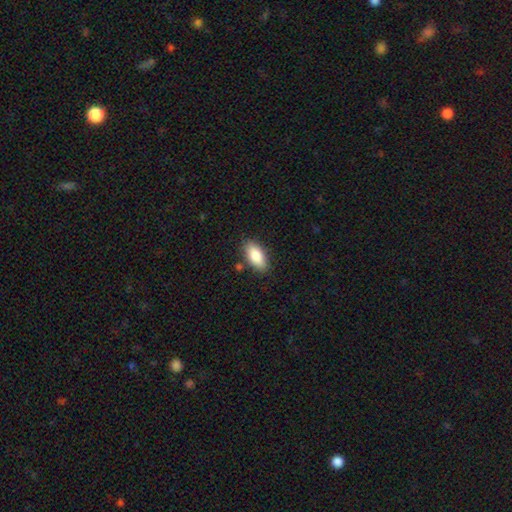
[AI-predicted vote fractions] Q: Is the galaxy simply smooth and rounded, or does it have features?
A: smooth — 86%.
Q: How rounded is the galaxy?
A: in between — 90%.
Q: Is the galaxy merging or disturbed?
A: none — 83%.